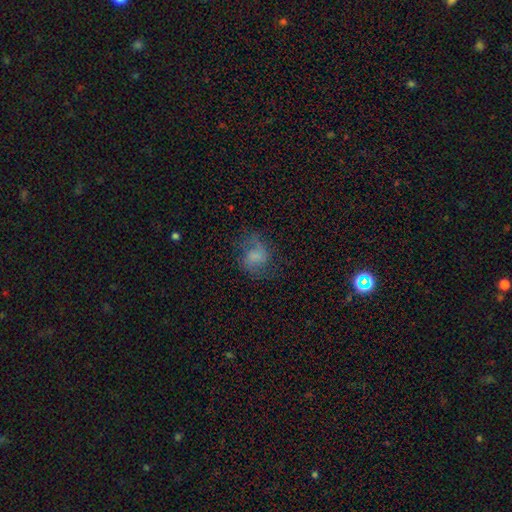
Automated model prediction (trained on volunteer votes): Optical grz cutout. It shows a featured or disk galaxy (46%). Merging: none (61%).